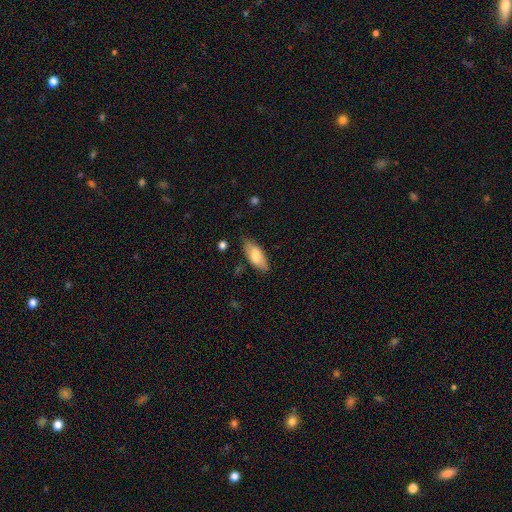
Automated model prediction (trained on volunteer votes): This appears to be a smooth galaxy with no disk features (75%) that is in between round and cigar-shaped (82%). Merging: none (78%).